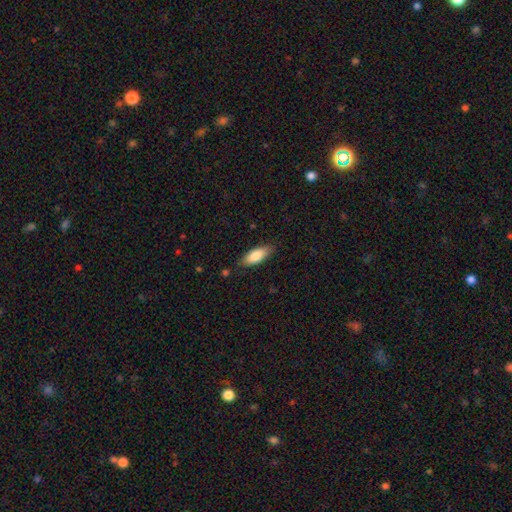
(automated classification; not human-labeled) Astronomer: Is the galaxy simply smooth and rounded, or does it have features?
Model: smooth — 82%.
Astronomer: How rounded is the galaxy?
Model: in between — 76%.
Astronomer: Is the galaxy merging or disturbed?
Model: none — 81%.